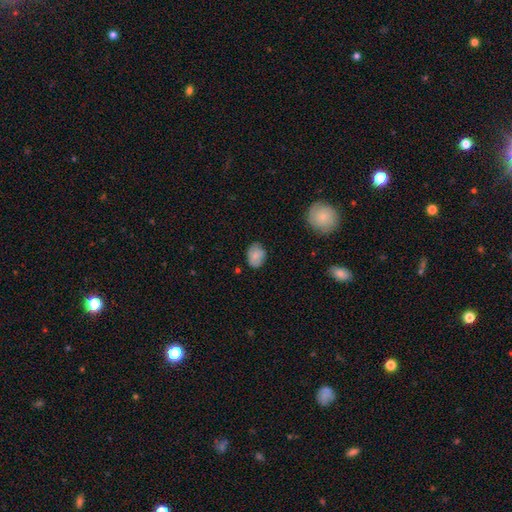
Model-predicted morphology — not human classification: This is likely a smooth galaxy (77%). How rounded: likely in between (70%). Merging: likely none (75%).